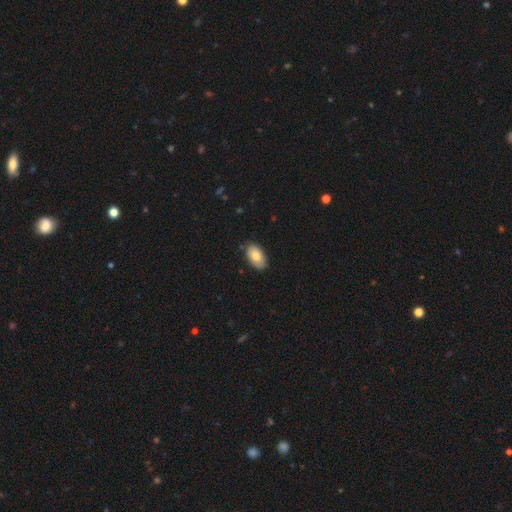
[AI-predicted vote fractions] smooth_or_featured: smooth (p=0.77) [alt: featured or disk p=0.16]
how_rounded: in between (p=0.93) [alt: round p=0.05]
merging: none (p=0.84) [alt: minor disturbance p=0.13]